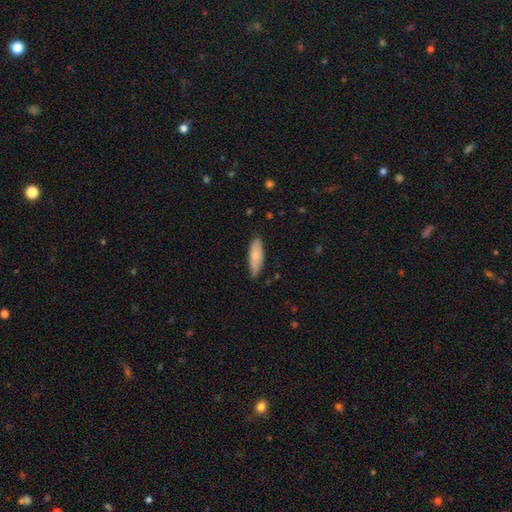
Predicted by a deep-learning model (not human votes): Smooth or featured? Predicted: smooth (p=0.76). How rounded? Predicted: in between (p=0.58). Merging? Predicted: none (p=0.83).